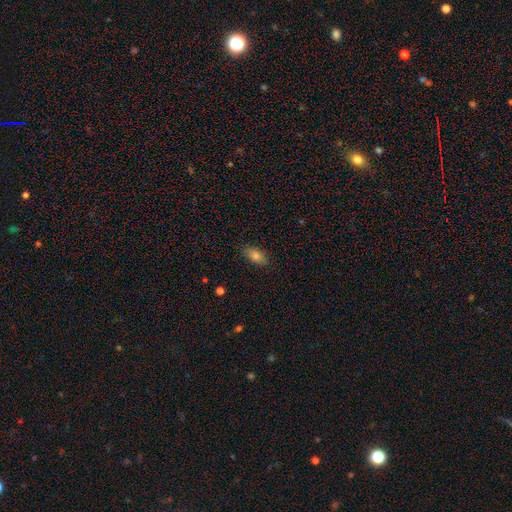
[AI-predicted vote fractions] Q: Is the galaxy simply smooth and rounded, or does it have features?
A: smooth — 79%.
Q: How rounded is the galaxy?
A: in between — 87%.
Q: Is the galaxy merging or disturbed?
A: none — 84%.